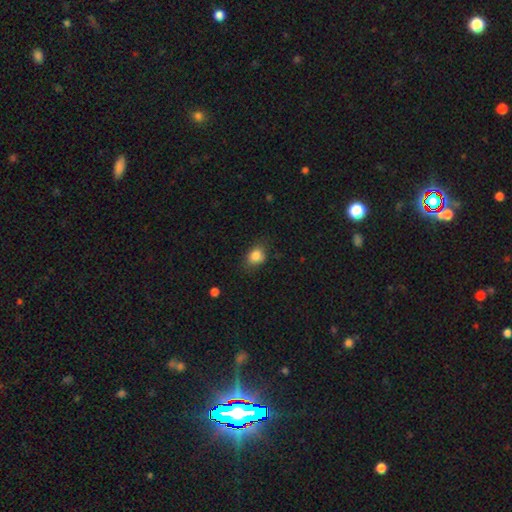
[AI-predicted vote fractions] Smooth or featured? smooth (85%)
How rounded? in between (53%)
Merging? none (72%)